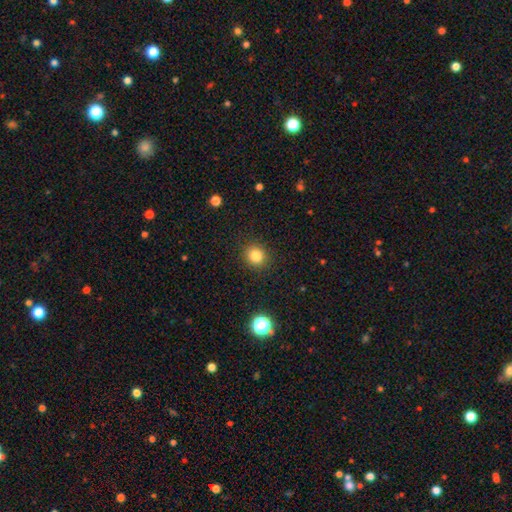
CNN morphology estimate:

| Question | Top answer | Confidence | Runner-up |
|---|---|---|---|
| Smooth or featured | smooth | 83% | star or artifact (12%) |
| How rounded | round | 87% | in between (12%) |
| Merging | none | 90% | minor disturbance (7%) |